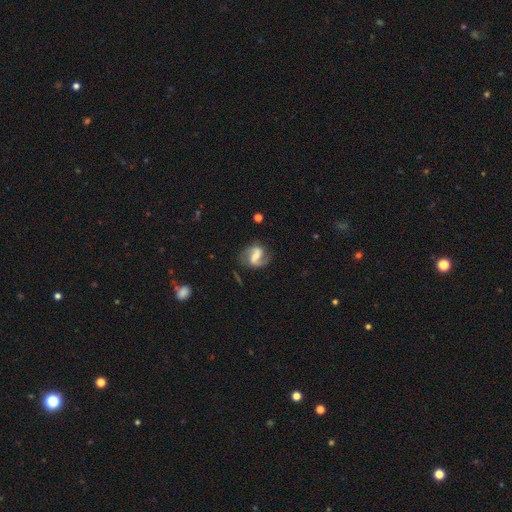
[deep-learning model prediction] Smooth or featured: featured or disk — 81% (smooth — 13%)
Edge-on disk: no — 97% (yes — 3%)
Bar: weak — 44% (strong — 38%)
Spiral arms: yes — 94% (no — 6%)
Spiral winding: loose — 44% (medium — 42%)
Spiral arm count: 2 — 89% (1 — 4%)
Bulge size: moderate — 40% (small — 37%)
Merging: none — 74% (minor disturbance — 16%)